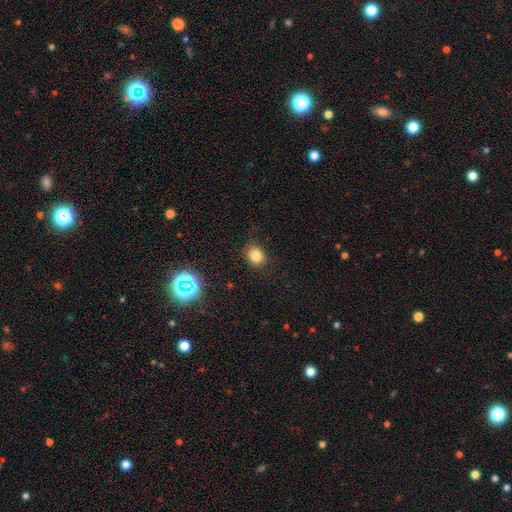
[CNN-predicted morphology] type=smooth (78%); roundness=round (61%); merging=none (78%).